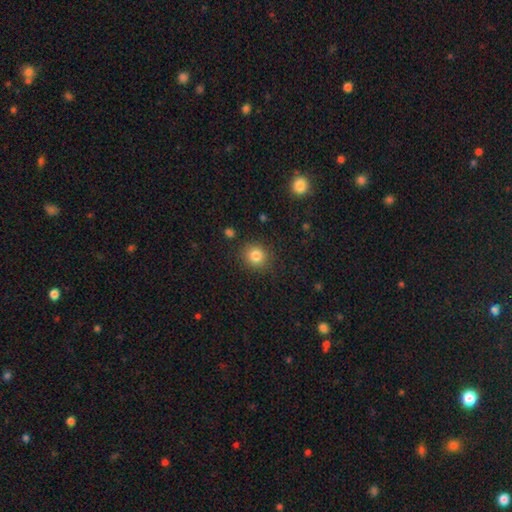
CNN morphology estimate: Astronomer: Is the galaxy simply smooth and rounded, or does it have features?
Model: smooth — 83%.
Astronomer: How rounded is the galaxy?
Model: round — 86%.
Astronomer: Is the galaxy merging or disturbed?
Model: none — 88%.